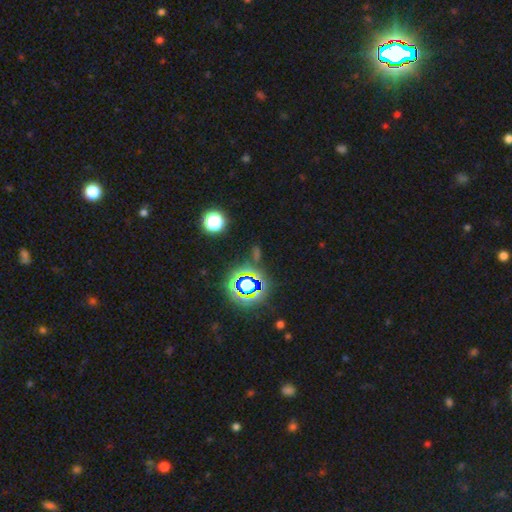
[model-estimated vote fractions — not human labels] smooth-or-featured: star or artifact: 69% | smooth: 21% | featured or disk: 10%